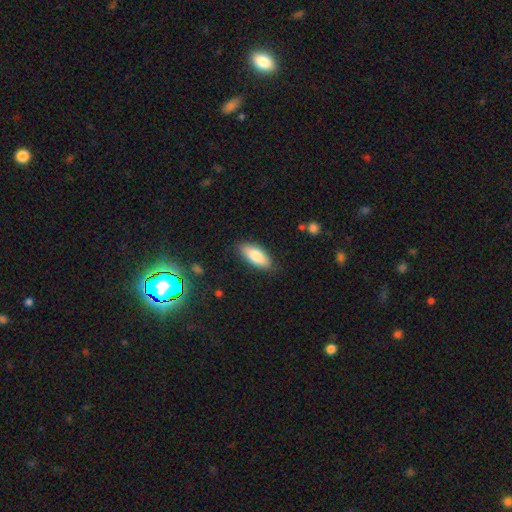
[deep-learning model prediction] Overall: smooth (80%). How rounded: in between (83%). Merging: none (86%).